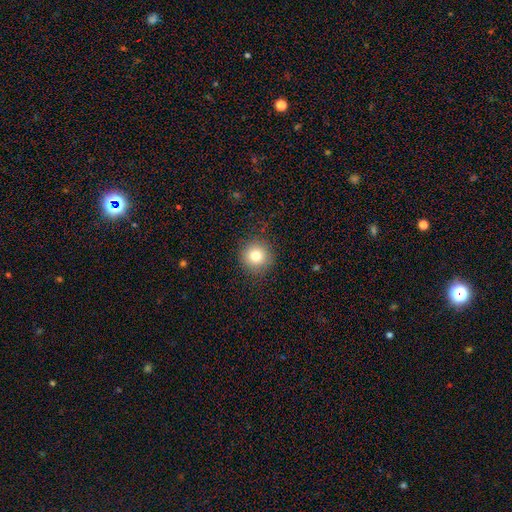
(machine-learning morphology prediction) Smooth or featured? smooth (79%)
How rounded? round (94%)
Merging? none (89%)